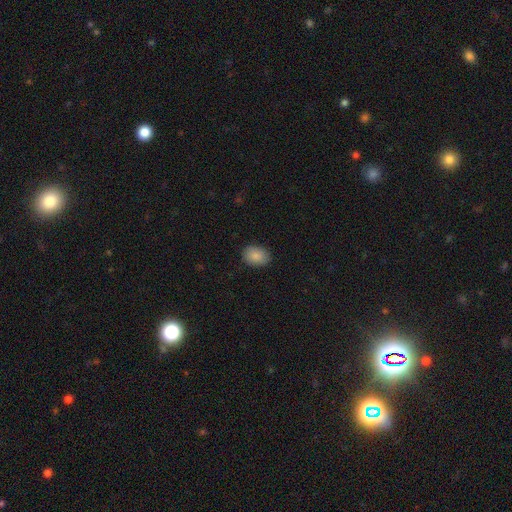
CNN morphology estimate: smooth_or_featured: smooth (p=0.87) [alt: star or artifact p=0.07]
how_rounded: in between (p=0.73) [alt: round p=0.26]
merging: none (p=0.87) [alt: minor disturbance p=0.09]